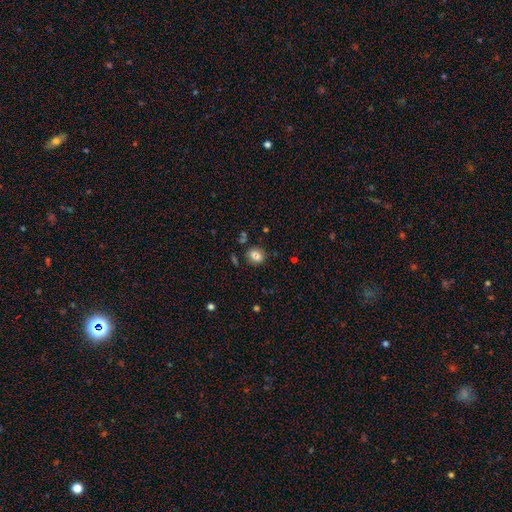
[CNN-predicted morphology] This is likely a smooth galaxy (79%). How rounded: likely round (65%). Merging: clearly none (83%).